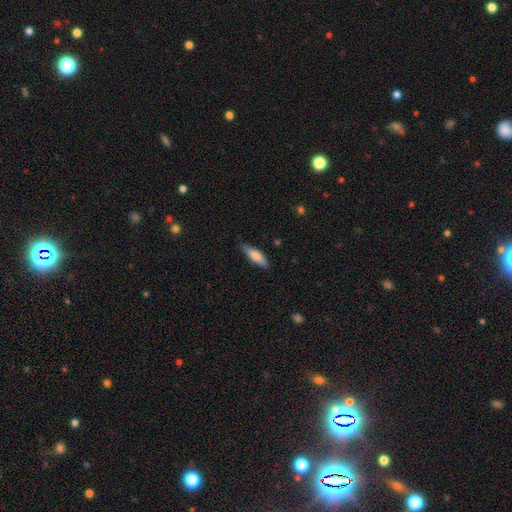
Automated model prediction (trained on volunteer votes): Smooth or featured: smooth — 73% (featured or disk — 22%)
How rounded: cigar-shaped — 54% (in between — 44%)
Merging: none — 82% (minor disturbance — 15%)